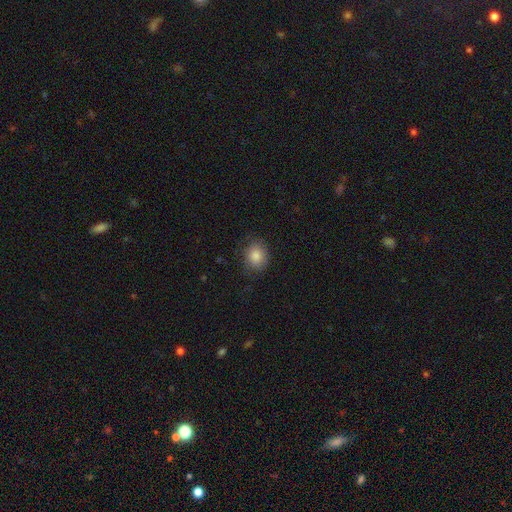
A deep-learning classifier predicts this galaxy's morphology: The model was most divided on "how rounded": round: 57%, in between: 42%, cigar-shaped: 1%. More confident: smooth or featured — smooth (84%); merging — none (77%).